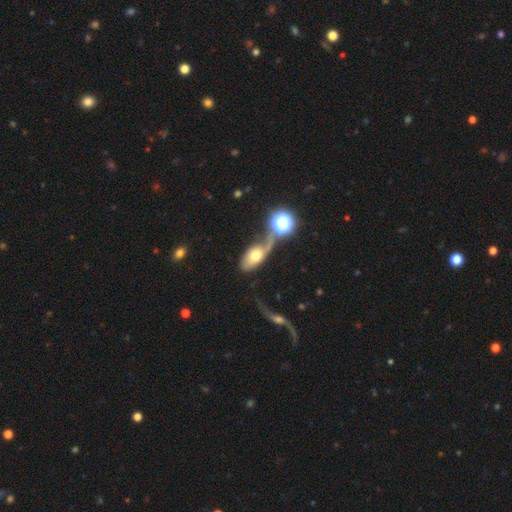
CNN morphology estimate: Smooth or featured: smooth — 54% (featured or disk — 36%)
How rounded: in between — 85% (round — 11%)
Merging: merger — 40% (major disturbance — 24%)